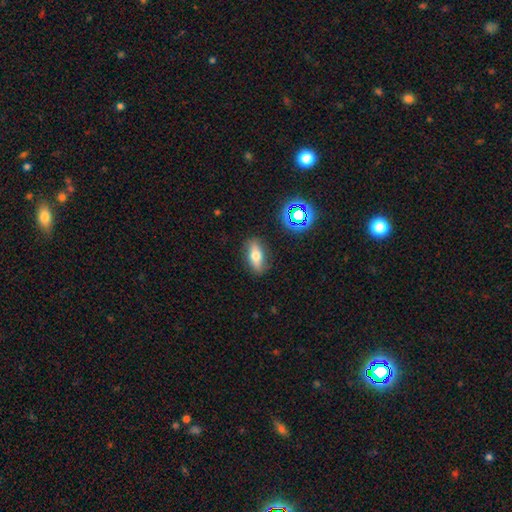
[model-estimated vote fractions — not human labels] Q: Smooth or featured?
A: smooth (60%); runner-up: featured or disk (28%)
Q: How rounded?
A: in between (72%); runner-up: cigar-shaped (22%)
Q: Merging?
A: none (85%); runner-up: minor disturbance (11%)